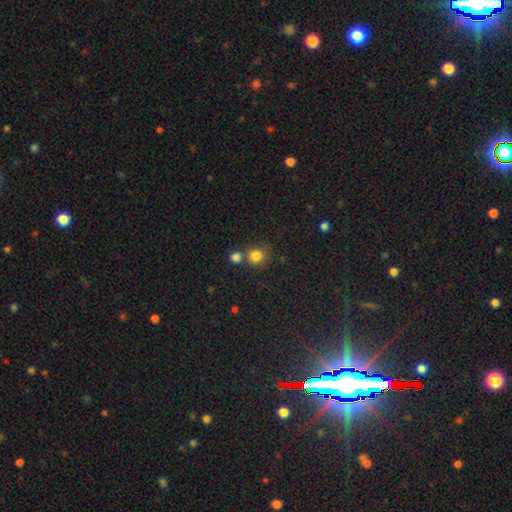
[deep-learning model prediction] This appears to be a smooth galaxy with no disk features (81%) that is round (88%). Merging: none (60%).